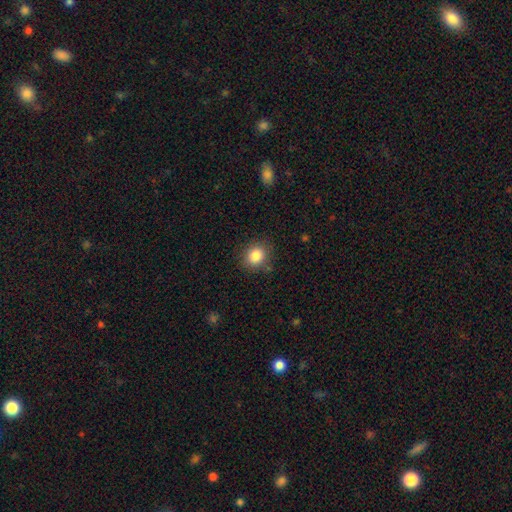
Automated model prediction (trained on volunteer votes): This is clearly a smooth galaxy (84%). How rounded: likely round (69%). Merging: clearly none (84%).